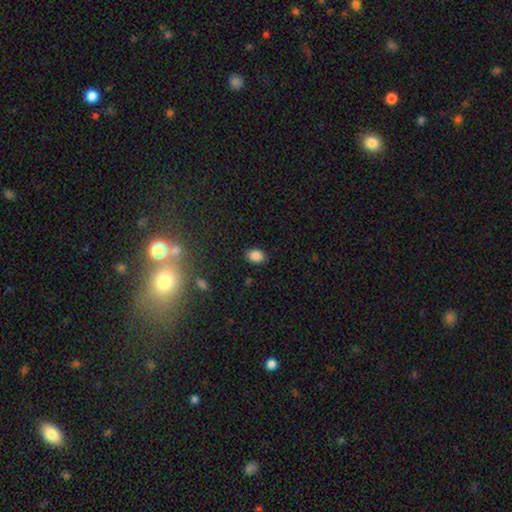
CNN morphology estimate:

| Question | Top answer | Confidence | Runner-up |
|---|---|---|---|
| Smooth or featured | smooth | 86% | star or artifact (10%) |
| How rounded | in between | 68% | round (31%) |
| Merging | none | 87% | minor disturbance (9%) |